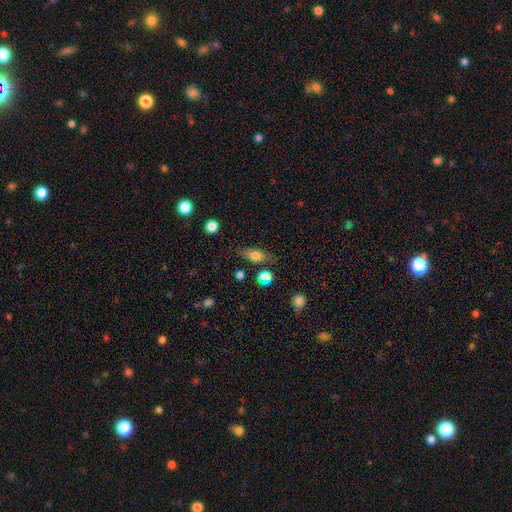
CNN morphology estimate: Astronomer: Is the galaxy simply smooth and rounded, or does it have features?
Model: smooth — 74%.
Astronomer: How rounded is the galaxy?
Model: in between — 74%.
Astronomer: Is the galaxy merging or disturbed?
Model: none — 75%.